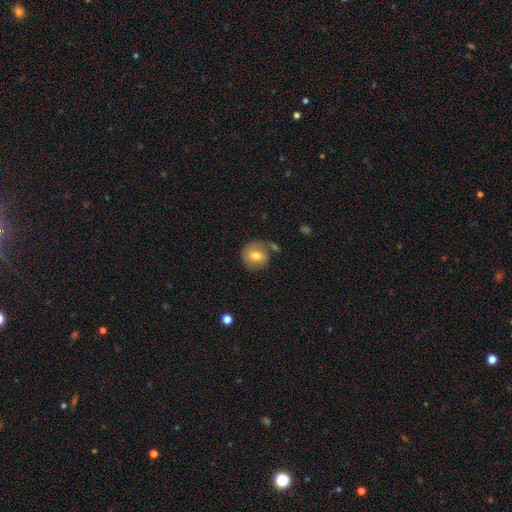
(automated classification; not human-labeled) A smooth galaxy with no disk features (70%) that is round (86%).

Vote fractions:
- Smooth or featured? smooth: 70% / featured or disk: 22% / star or artifact: 8%
- How rounded? round: 86% / in between: 13% / cigar-shaped: 1%
- Merging? none: 61% / minor disturbance: 18% / merger: 13% / major disturbance: 8%